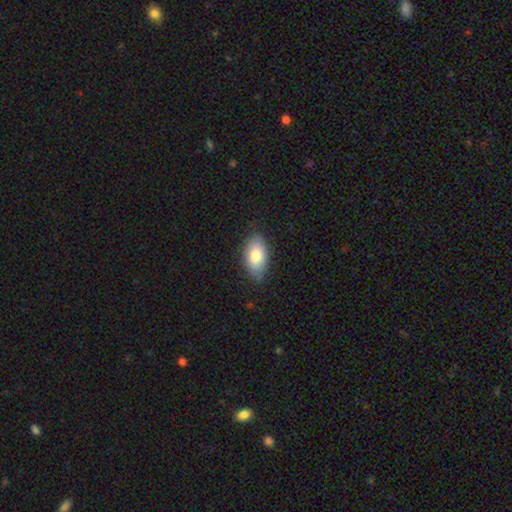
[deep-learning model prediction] Smooth or featured: smooth — 81% (featured or disk — 13%)
How rounded: in between — 93% (round — 4%)
Merging: none — 81% (minor disturbance — 15%)